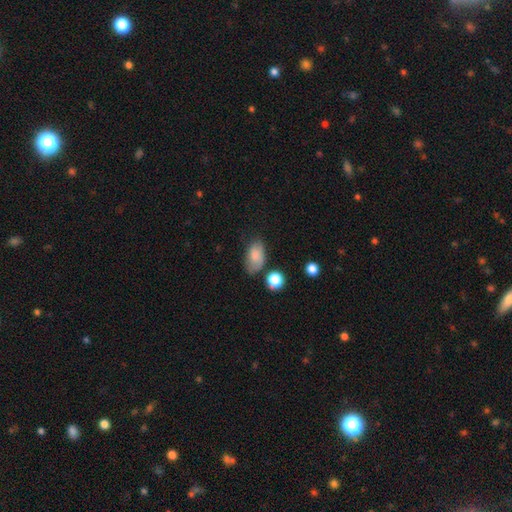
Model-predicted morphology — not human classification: Smooth or featured: smooth — 79% (featured or disk — 13%)
How rounded: in between — 90% (round — 8%)
Merging: none — 60% (minor disturbance — 27%)